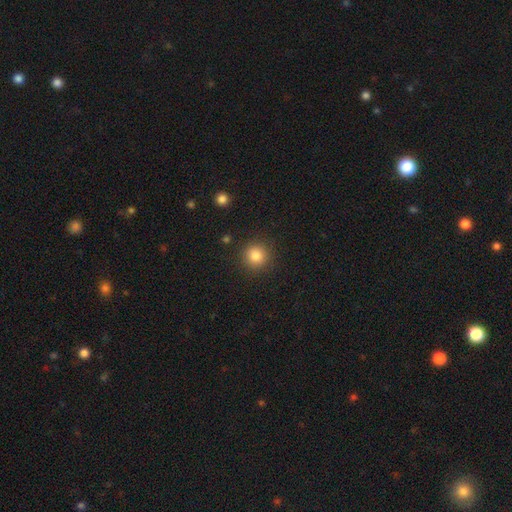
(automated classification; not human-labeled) Overall: smooth (83%). How rounded: round (93%). Merging: none (89%).